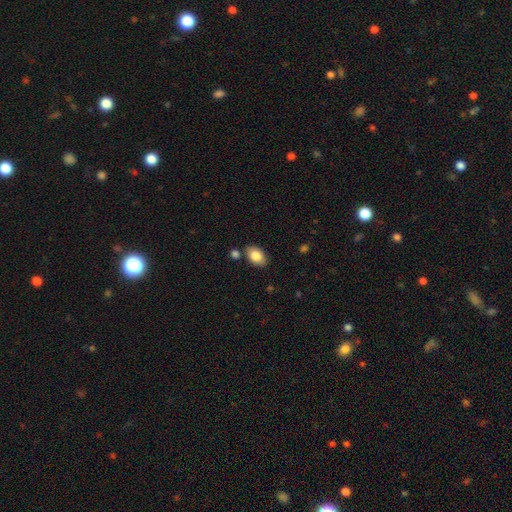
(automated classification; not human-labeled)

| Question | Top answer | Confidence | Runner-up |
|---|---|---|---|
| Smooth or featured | smooth | 85% | featured or disk (8%) |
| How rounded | in between | 88% | round (11%) |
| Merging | none | 81% | minor disturbance (11%) |